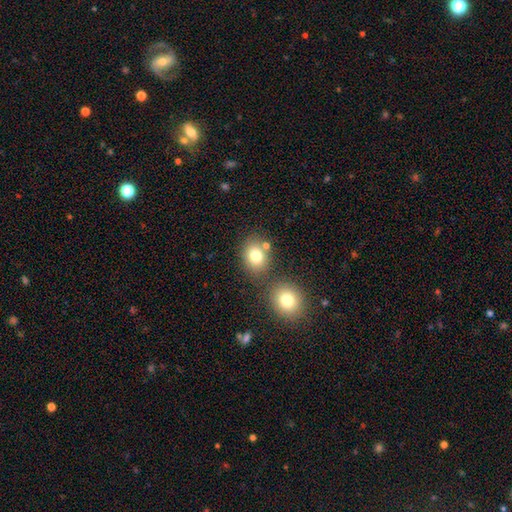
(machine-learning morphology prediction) The model was most divided on "how rounded": round: 58%, in between: 41%, cigar-shaped: 1%. More confident: smooth or featured — smooth (79%); merging — none (65%).